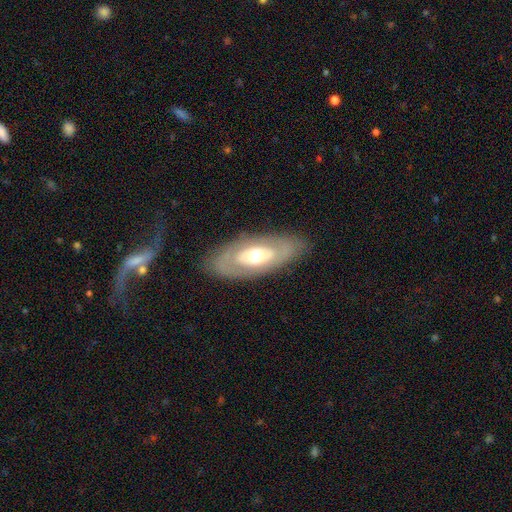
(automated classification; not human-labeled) smooth_or_featured: featured or disk (p=0.57) [alt: smooth p=0.38]
disk_edge_on: no (p=0.84) [alt: yes p=0.16]
merging: none (p=0.82) [alt: minor disturbance p=0.12]